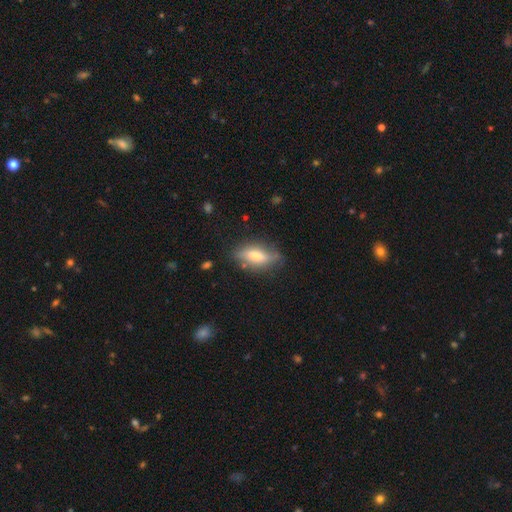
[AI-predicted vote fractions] A smooth galaxy with no disk features (48%). Merging: none (75%).